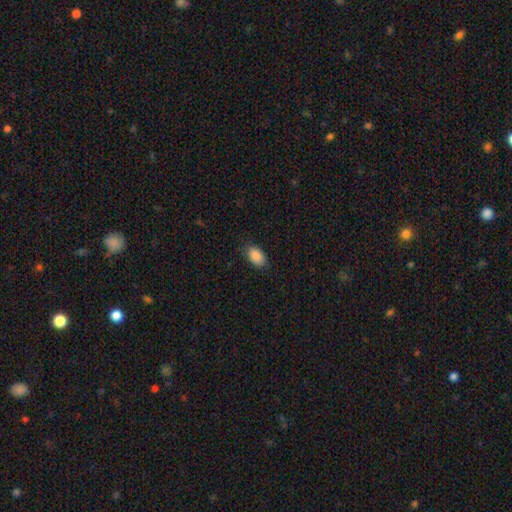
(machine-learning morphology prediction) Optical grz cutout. It shows a smooth galaxy with no disk features (87%) that is in between round and cigar-shaped (91%). Merging: none (82%).